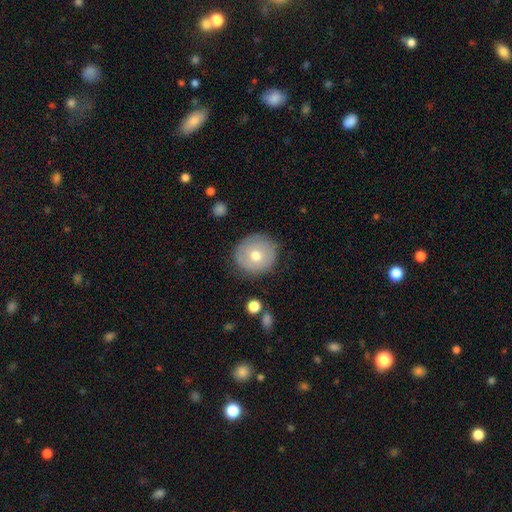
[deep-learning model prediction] Smooth or featured: smooth — 68% (featured or disk — 23%)
How rounded: round — 93% (in between — 6%)
Merging: none — 84% (minor disturbance — 11%)